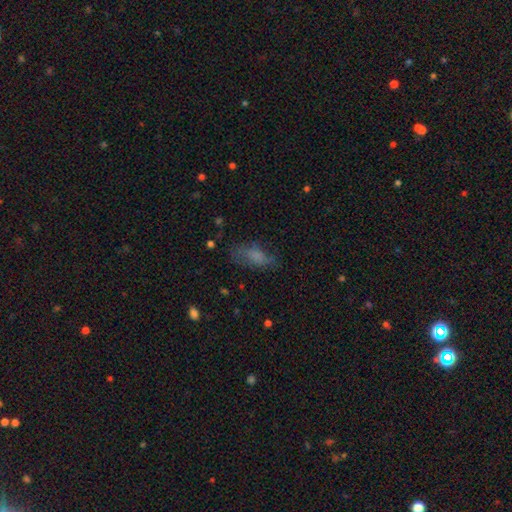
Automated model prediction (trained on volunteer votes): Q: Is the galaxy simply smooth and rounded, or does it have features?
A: smooth — 68%.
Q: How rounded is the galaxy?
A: in between — 78%.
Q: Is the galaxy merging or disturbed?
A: none — 56%.